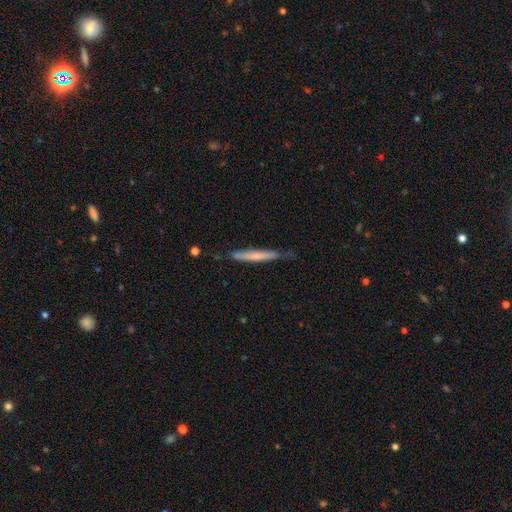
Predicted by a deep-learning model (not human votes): This appears to be a smooth galaxy with no disk features (57%) that is cigar-shaped (95%). Merging: none (70%).